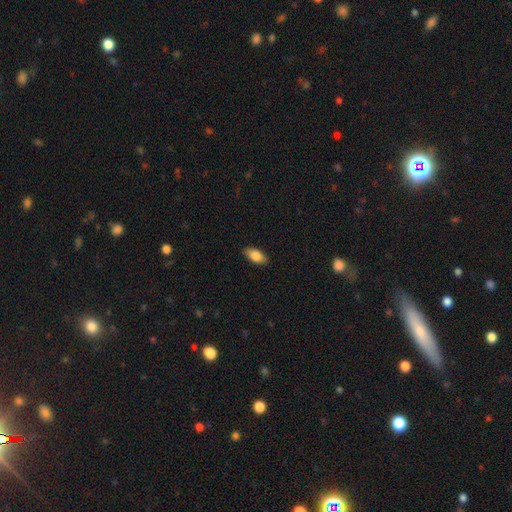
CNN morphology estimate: The model was most divided on "smooth or featured": smooth: 84%, featured or disk: 9%, star or artifact: 7%. More confident: how rounded — in between (91%); merging — none (88%).